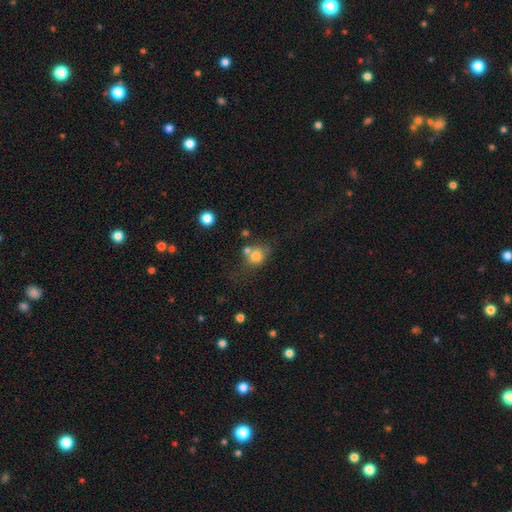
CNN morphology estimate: smooth-or-featured: smooth: 76% | star or artifact: 12% | featured or disk: 12%
  how-rounded: round: 77% | in between: 22% | cigar-shaped: 1%
  merging: none: 48% | merger: 28% | minor disturbance: 16% | major disturbance: 8%